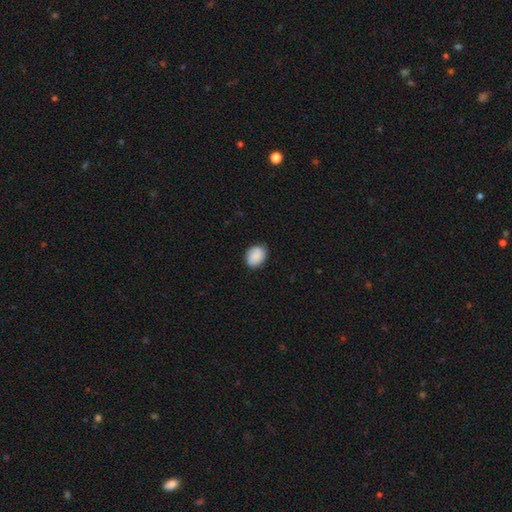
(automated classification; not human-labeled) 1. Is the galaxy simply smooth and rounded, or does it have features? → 89% smooth, 7% star or artifact, 5% featured or disk.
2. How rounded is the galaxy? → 65% in between, 34% round, 1% cigar-shaped.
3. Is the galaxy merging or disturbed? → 83% none, 13% minor disturbance, 2% major disturbance, 1% merger.